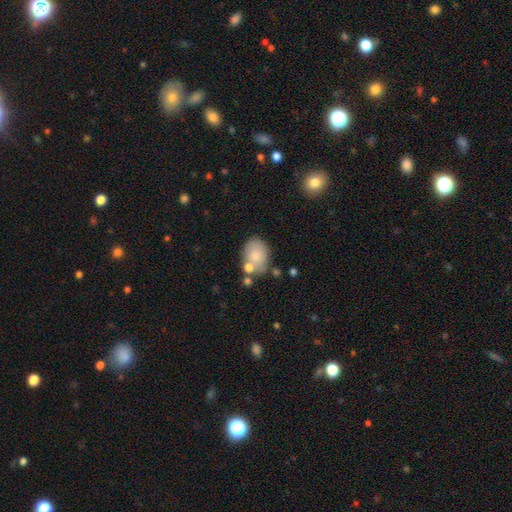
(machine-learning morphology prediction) smooth-or-featured: smooth: 75% | featured or disk: 17% | star or artifact: 8%
  how-rounded: in between: 62% | round: 37% | cigar-shaped: 1%
  merging: none: 57% | minor disturbance: 20% | merger: 18% | major disturbance: 6%